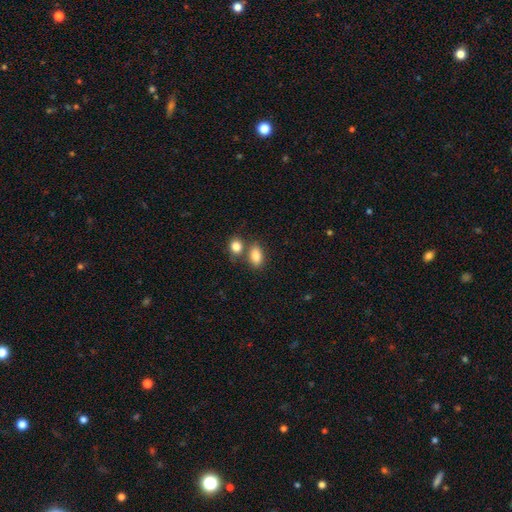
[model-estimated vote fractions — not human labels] smooth_or_featured: smooth (p=0.84) [alt: star or artifact p=0.09]
how_rounded: in between (p=0.85) [alt: round p=0.13]
merging: none (p=0.56) [alt: merger p=0.29]